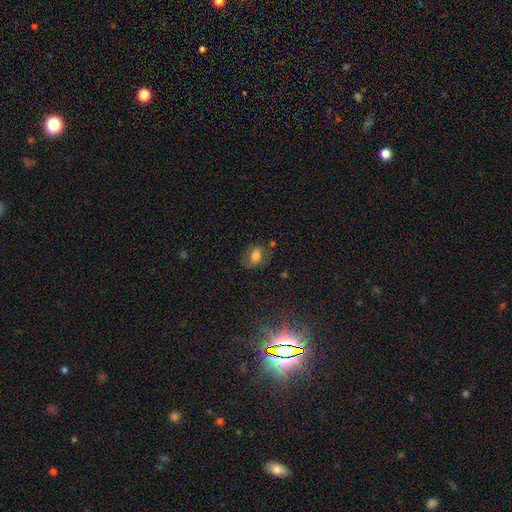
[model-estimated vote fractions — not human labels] This is likely a smooth galaxy (61%). How rounded: likely in between (74%). Merging: likely none (68%).